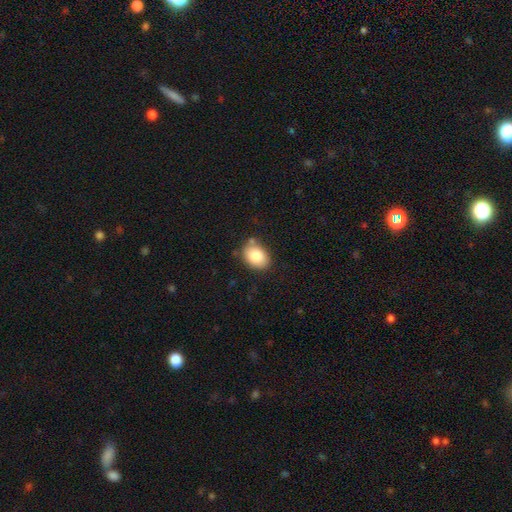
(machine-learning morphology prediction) Smooth or featured?
  - smooth: 84% *
  - featured or disk: 8%
  - star or artifact: 8%
How rounded?
  - in between: 72% *
  - round: 27%
  - cigar-shaped: 1%
Merging?
  - none: 76% *
  - minor disturbance: 16%
  - merger: 4%
  - major disturbance: 4%